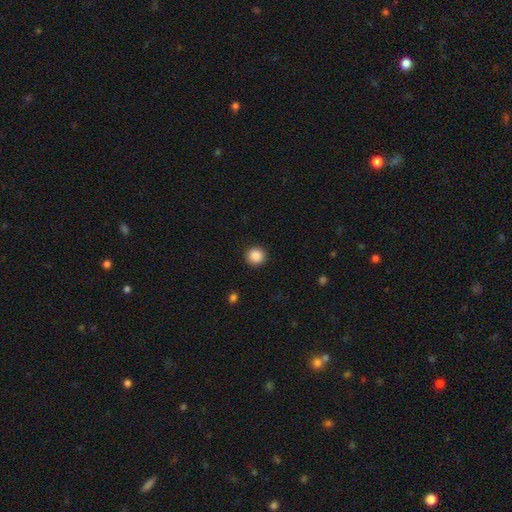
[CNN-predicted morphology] Smooth or featured? smooth (88%)
How rounded? round (94%)
Merging? none (92%)